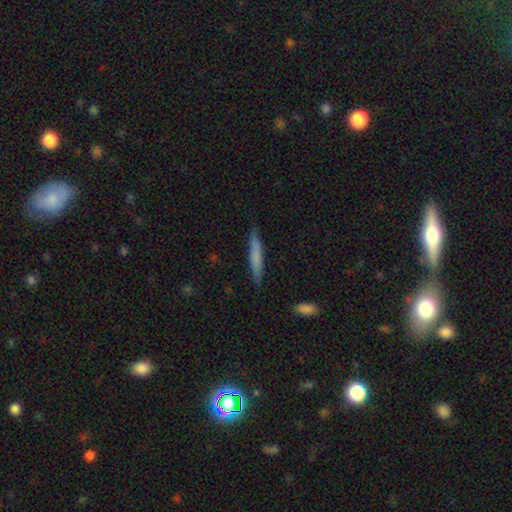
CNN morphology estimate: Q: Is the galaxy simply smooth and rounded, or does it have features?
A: smooth — 69%.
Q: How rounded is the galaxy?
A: cigar-shaped — 94%.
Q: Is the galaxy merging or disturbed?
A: none — 86%.